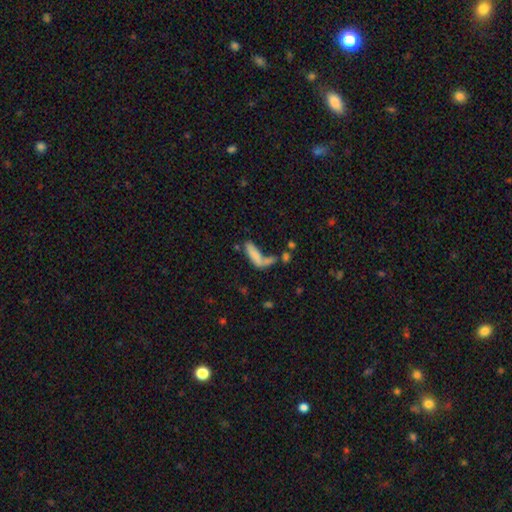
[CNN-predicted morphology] This appears to be a smooth galaxy with no disk features (71%) that is cigar-shaped (51%). Merging: merger (41%).